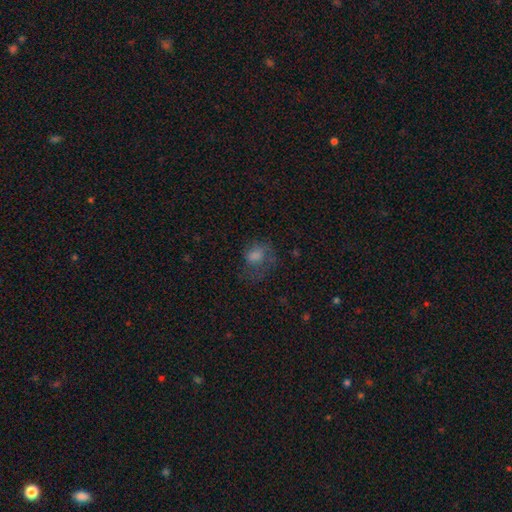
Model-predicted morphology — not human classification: smooth 57%, featured or disk 24%, star or artifact 19%. Down the decision tree: how rounded — in between (59%); merging — none (42%).